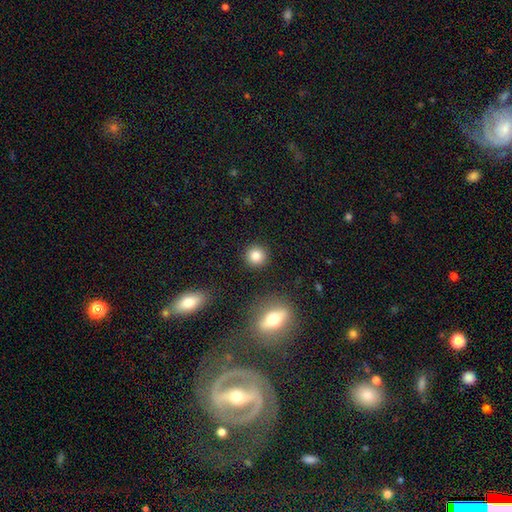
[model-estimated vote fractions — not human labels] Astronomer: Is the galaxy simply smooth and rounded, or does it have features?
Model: smooth — 83%.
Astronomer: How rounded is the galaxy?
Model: round — 93%.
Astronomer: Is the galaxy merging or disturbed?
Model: none — 91%.